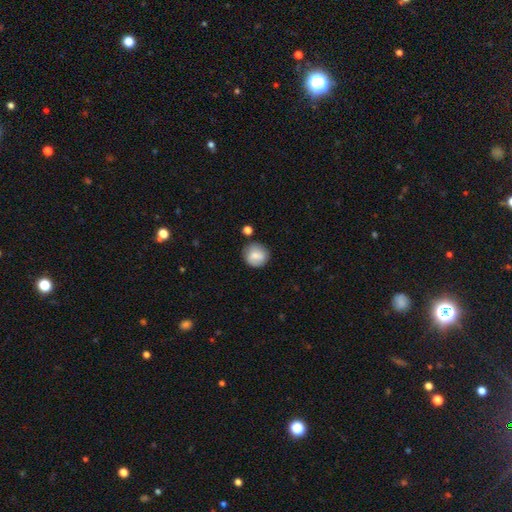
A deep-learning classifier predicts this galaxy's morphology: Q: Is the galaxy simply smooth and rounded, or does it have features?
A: smooth — 76%.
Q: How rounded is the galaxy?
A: round — 89%.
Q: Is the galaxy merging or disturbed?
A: none — 77%.